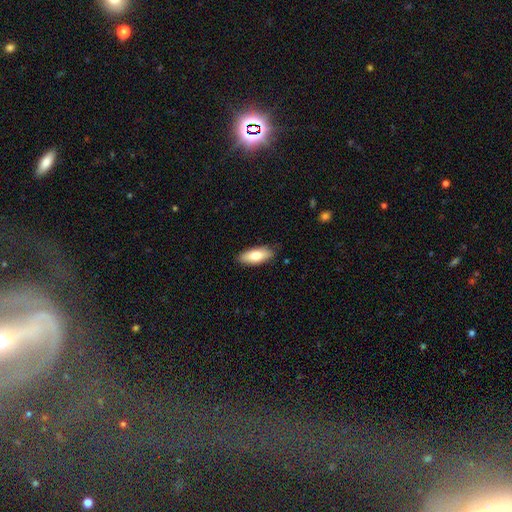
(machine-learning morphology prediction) A smooth galaxy with no disk features (76%) that is in between round and cigar-shaped (77%).

Vote fractions:
- Smooth or featured? smooth: 76% / featured or disk: 17% / star or artifact: 6%
- How rounded? in between: 77% / cigar-shaped: 20% / round: 2%
- Merging? none: 84% / minor disturbance: 12% / major disturbance: 2% / merger: 1%